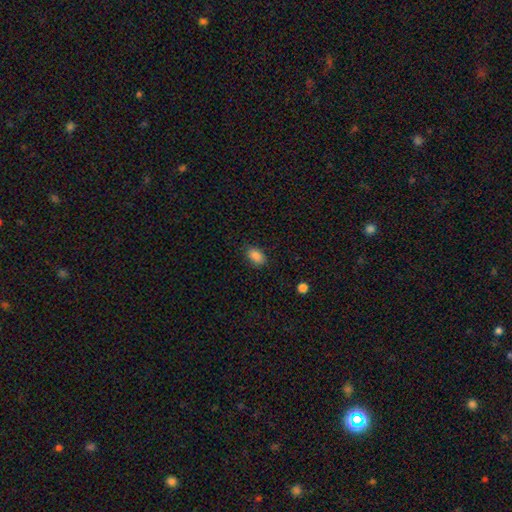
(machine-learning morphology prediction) smooth-or-featured: smooth: 88% | star or artifact: 9% | featured or disk: 3%
  how-rounded: in between: 88% | round: 11% | cigar-shaped: 2%
  merging: none: 85% | minor disturbance: 11% | major disturbance: 3% | merger: 1%